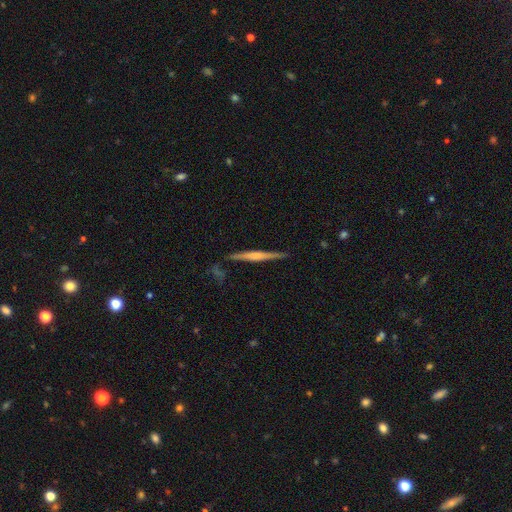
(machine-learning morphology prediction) smooth_or_featured: featured or disk (p=0.66) [alt: smooth p=0.28]
disk_edge_on: yes (p=0.98) [alt: no p=0.02]
edge_on_bulge: rounded (p=0.47) [alt: boxy p=0.28]
merging: none (p=0.85) [alt: minor disturbance p=0.10]